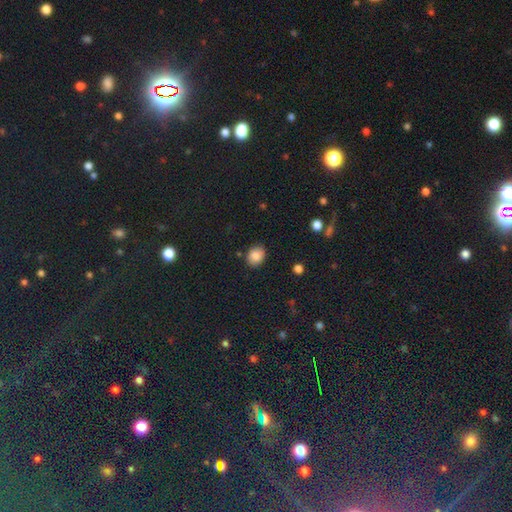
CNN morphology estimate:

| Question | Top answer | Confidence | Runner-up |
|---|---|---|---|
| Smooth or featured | smooth | 84% | star or artifact (10%) |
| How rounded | in between | 50% | round (49%) |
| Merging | none | 85% | minor disturbance (10%) |